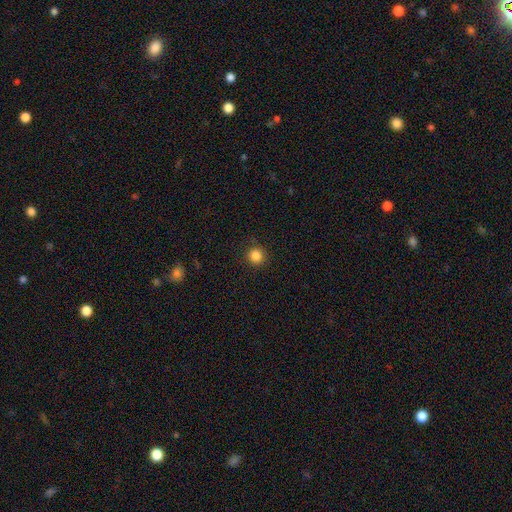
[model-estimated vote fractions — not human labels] This is clearly a smooth galaxy (85%). How rounded: clearly round (94%). Merging: clearly none (91%).